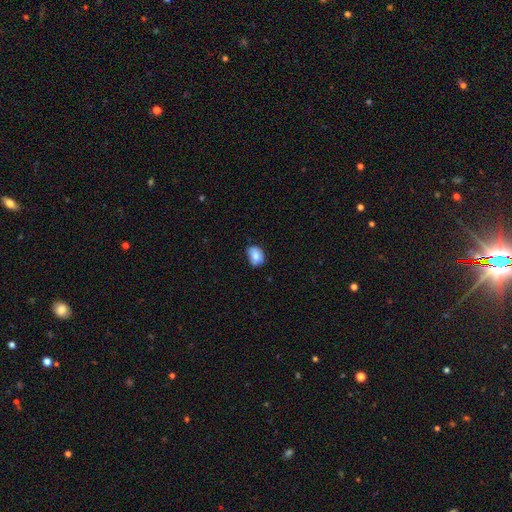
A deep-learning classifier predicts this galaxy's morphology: smooth 79%, featured or disk 12%, star or artifact 8%. Down the decision tree: how rounded — in between (69%); merging — none (63%).